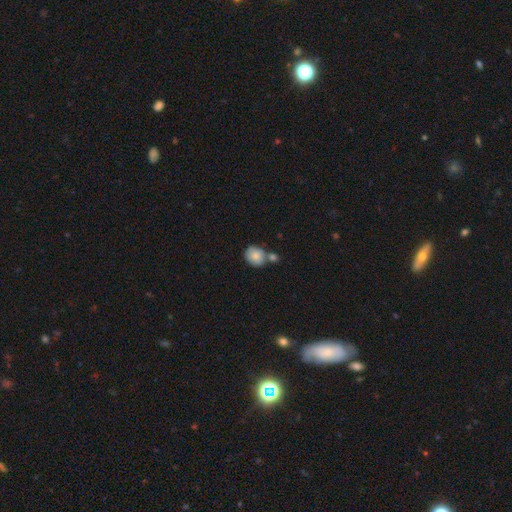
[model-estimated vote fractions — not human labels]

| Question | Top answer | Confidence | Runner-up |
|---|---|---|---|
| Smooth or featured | smooth | 80% | featured or disk (13%) |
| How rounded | round | 75% | in between (24%) |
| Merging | none | 47% | merger (33%) |